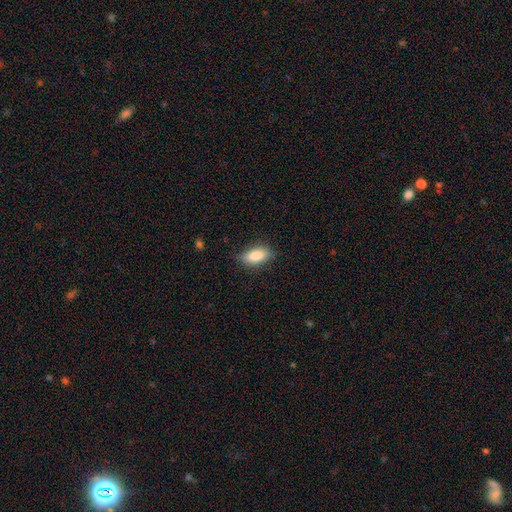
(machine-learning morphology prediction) Smooth or featured? smooth (85%)
How rounded? in between (87%)
Merging? none (79%)